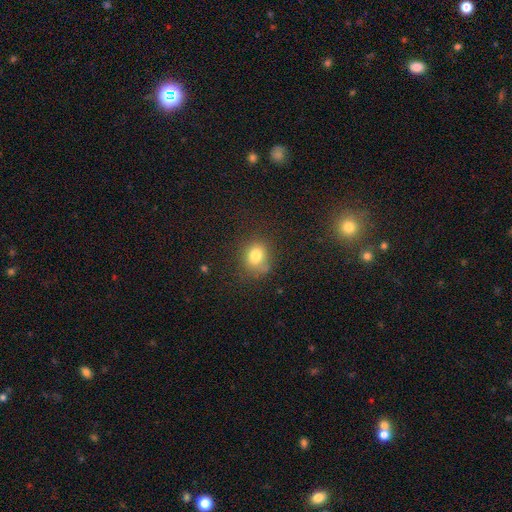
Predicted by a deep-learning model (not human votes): This appears to be a smooth galaxy with no disk features (79%) that is round (62%). Merging: none (67%).